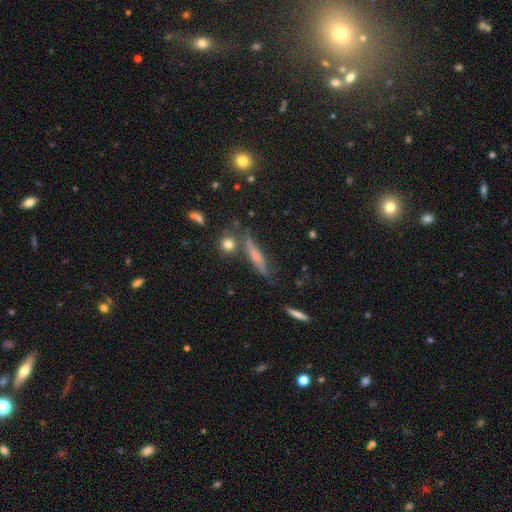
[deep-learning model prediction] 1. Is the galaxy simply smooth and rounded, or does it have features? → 49% smooth, 39% featured or disk, 12% star or artifact.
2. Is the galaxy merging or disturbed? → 71% none, 17% minor disturbance, 8% merger, 5% major disturbance.